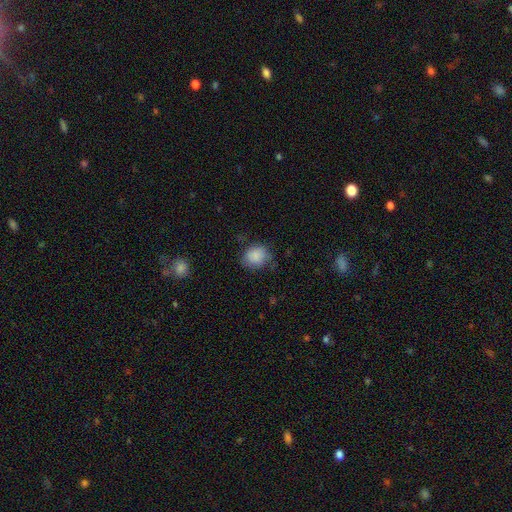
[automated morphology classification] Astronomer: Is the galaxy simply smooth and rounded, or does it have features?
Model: smooth — 86%.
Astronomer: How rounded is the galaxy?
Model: round — 64%.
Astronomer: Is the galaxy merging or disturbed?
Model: none — 63%.